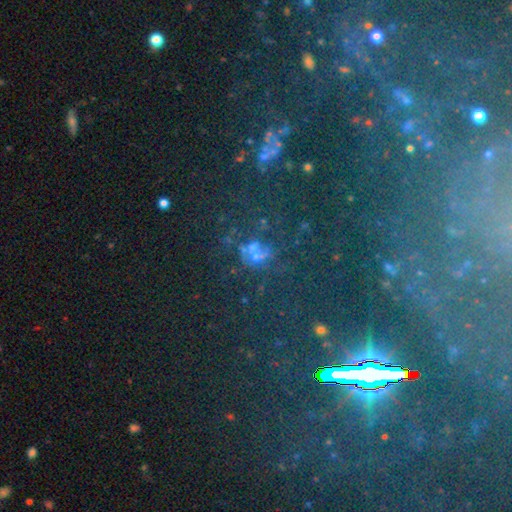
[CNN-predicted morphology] star or artifact 52%, smooth 31%, featured or disk 16%.